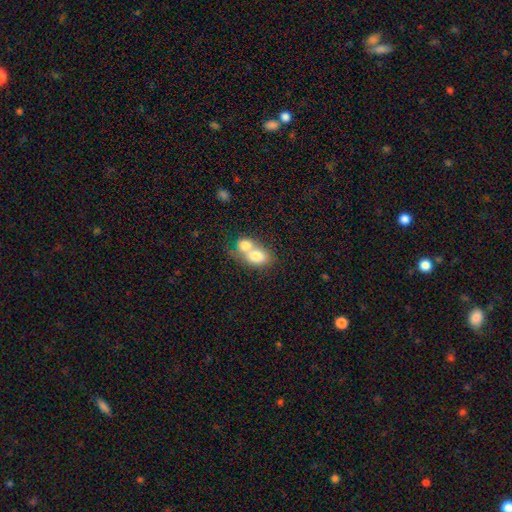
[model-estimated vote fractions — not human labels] This is likely a smooth galaxy (75%). How rounded: likely in between (66%). Merging: likely merger (73%).